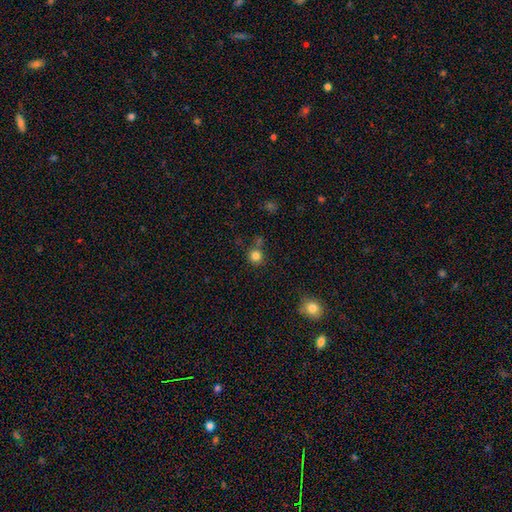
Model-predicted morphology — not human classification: This is clearly a smooth galaxy (82%). How rounded: clearly round (92%). Merging: likely none (71%).